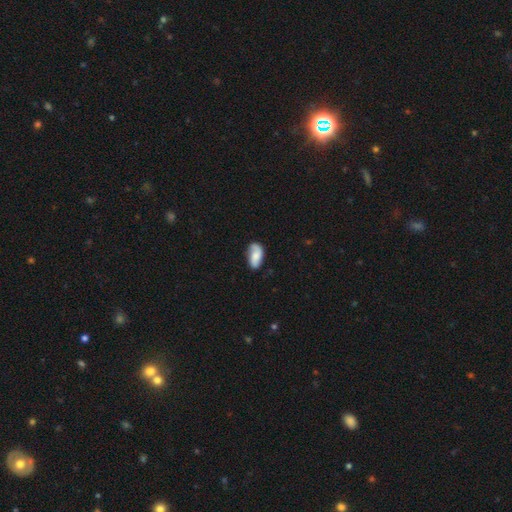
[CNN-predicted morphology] A smooth galaxy with no disk features (53%) that is in between round and cigar-shaped (92%).

Vote fractions:
- Smooth or featured? smooth: 53% / featured or disk: 40% / star or artifact: 7%
- How rounded? in between: 92% / round: 4% / cigar-shaped: 4%
- Merging? none: 71% / minor disturbance: 22% / major disturbance: 6% / merger: 2%